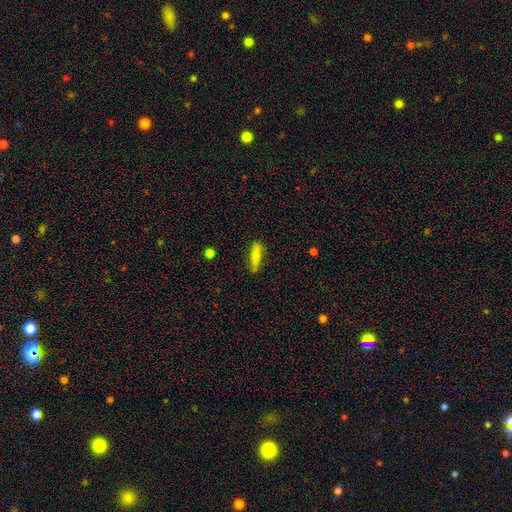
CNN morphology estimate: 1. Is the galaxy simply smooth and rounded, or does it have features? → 58% smooth, 35% featured or disk, 7% star or artifact.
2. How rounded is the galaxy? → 63% cigar-shaped, 34% in between, 3% round.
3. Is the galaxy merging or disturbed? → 80% none, 16% minor disturbance, 3% major disturbance, 2% merger.